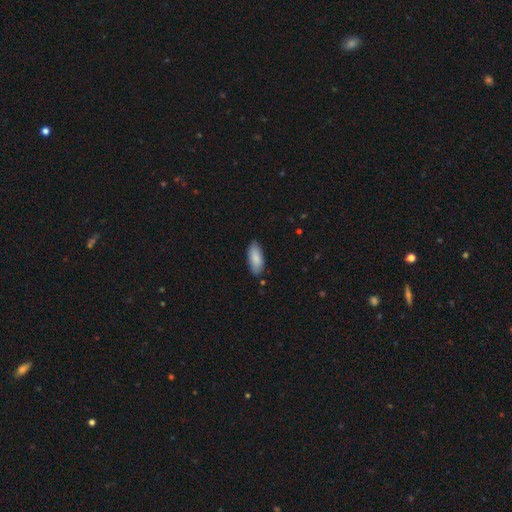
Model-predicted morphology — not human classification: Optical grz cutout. It shows a smooth galaxy with no disk features (87%) that is in between round and cigar-shaped (83%). Merging: none (82%).